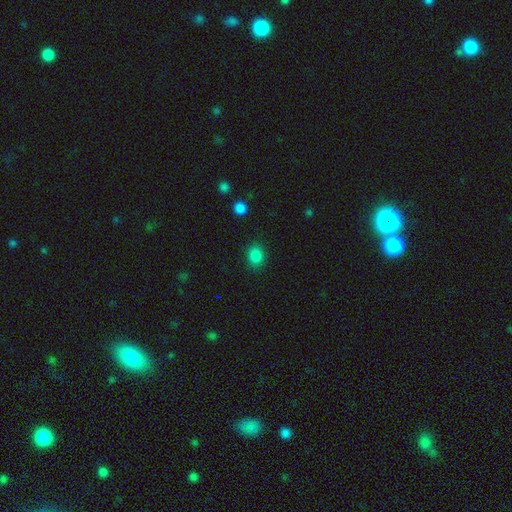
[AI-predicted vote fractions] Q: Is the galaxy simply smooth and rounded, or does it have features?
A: smooth — 85%.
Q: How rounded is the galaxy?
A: round — 55%.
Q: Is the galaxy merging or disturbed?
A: none — 87%.